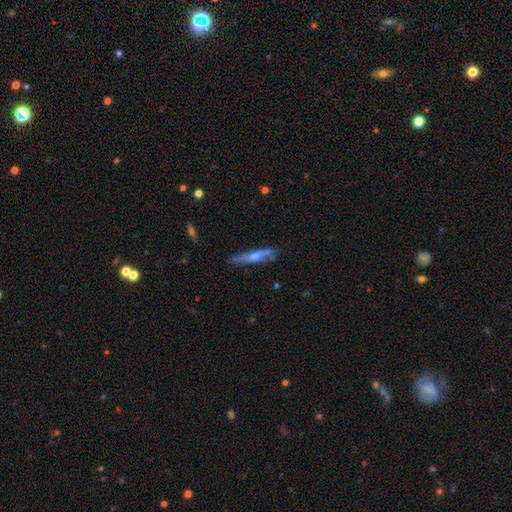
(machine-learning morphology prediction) Smooth or featured: smooth — 49% (featured or disk — 45%)
Merging: none — 62% (minor disturbance — 25%)